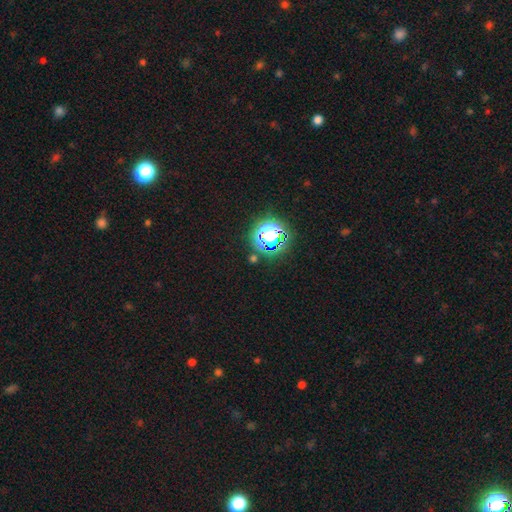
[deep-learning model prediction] A star or artifact, not a galaxy (71%).

Vote fractions:
- Smooth or featured? star or artifact: 71% / smooth: 20% / featured or disk: 9%